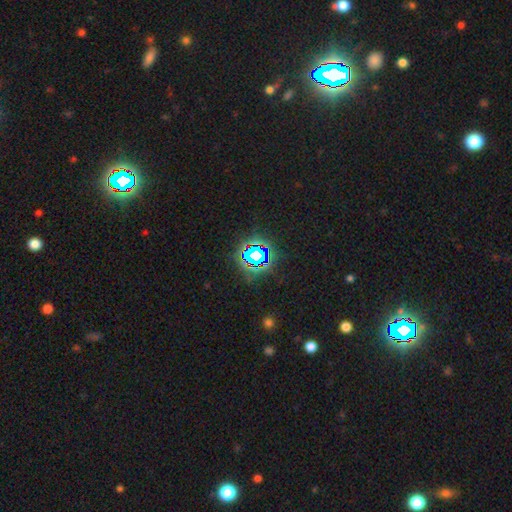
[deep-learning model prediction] star or artifact 74%, smooth 15%, featured or disk 12%.